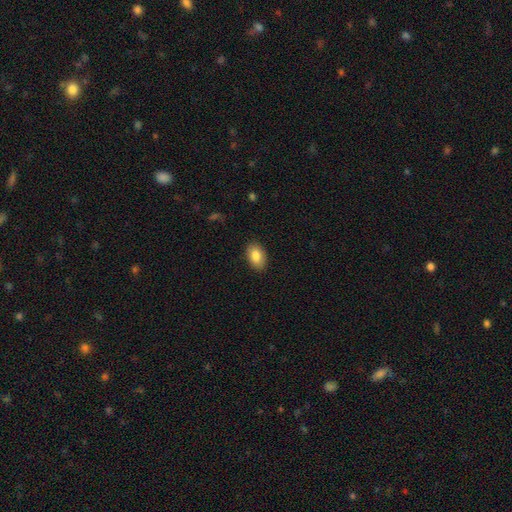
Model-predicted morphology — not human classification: This is clearly a smooth galaxy (85%). How rounded: clearly in between (90%). Merging: clearly none (88%).